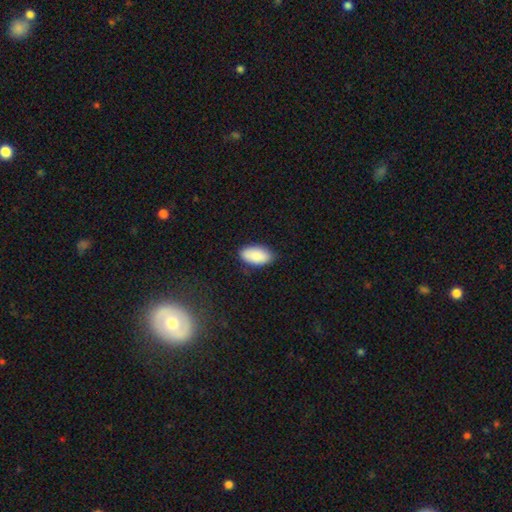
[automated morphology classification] smooth 90%, star or artifact 6%, featured or disk 4%. Down the decision tree: how rounded — in between (95%); merging — none (83%).